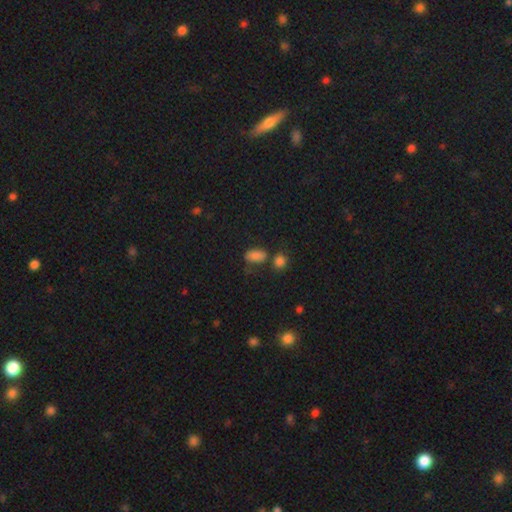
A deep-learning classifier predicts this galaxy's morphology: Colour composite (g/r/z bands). It shows a smooth galaxy with no disk features (76%) that is in between round and cigar-shaped (85%). Merging: none (49%).